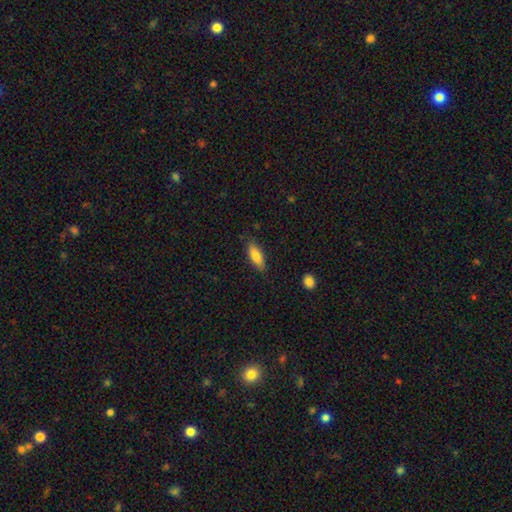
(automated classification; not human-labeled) A smooth galaxy with no disk features (84%) that is in between round and cigar-shaped (61%). Merging: none (84%).